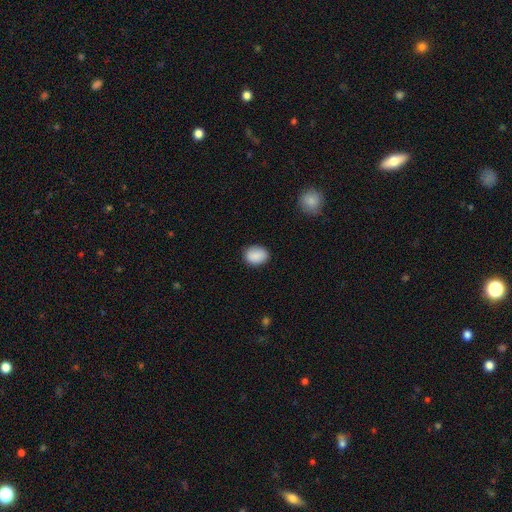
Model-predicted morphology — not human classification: A smooth galaxy with no disk features (89%) that is in between round and cigar-shaped (59%). Merging: none (85%).